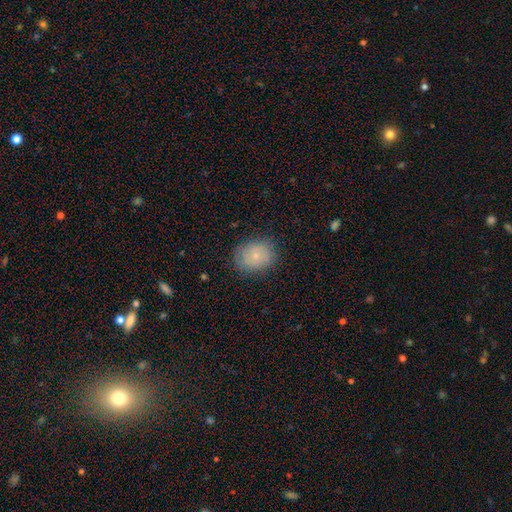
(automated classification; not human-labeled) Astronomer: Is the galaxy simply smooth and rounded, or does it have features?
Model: smooth — 73%.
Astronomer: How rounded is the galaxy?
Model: round — 53% (runner-up: in between, 46%).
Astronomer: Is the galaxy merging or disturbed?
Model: none — 81%.